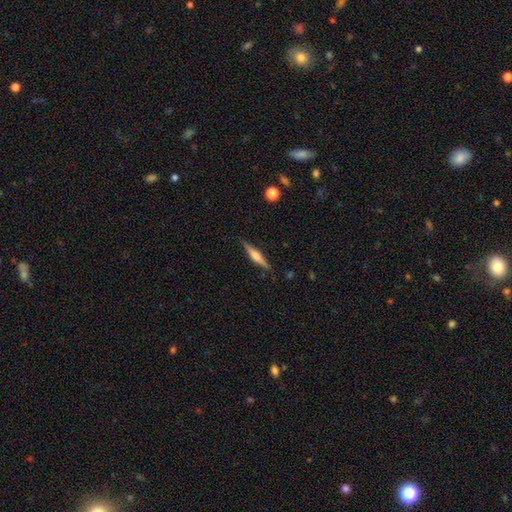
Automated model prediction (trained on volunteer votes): A featured or disk galaxy (61%) viewed edge-on (97%) with a rounded central bulge (78%). Merging: none (87%).